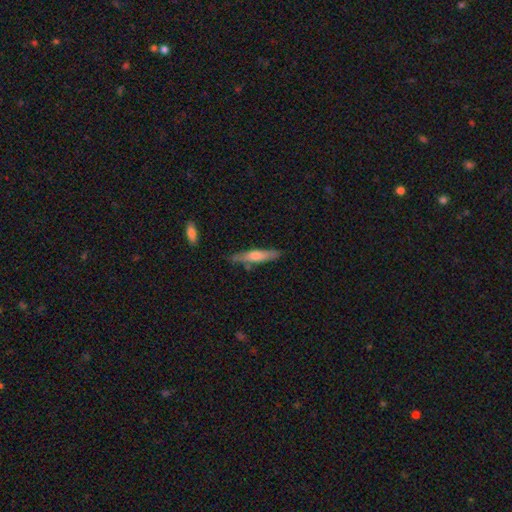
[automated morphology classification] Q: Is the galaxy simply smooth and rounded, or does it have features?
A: smooth — 47%.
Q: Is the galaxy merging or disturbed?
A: none — 82%.